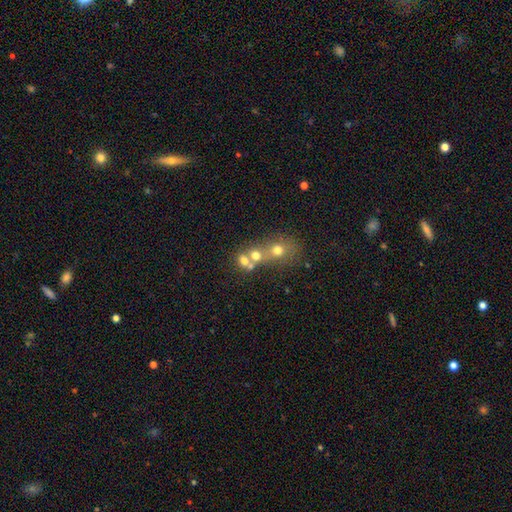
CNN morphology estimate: smooth-or-featured: smooth: 61% | featured or disk: 22% | star or artifact: 17%
  how-rounded: round: 70% | in between: 28% | cigar-shaped: 2%
  merging: merger: 57% | none: 31% | minor disturbance: 7% | major disturbance: 5%